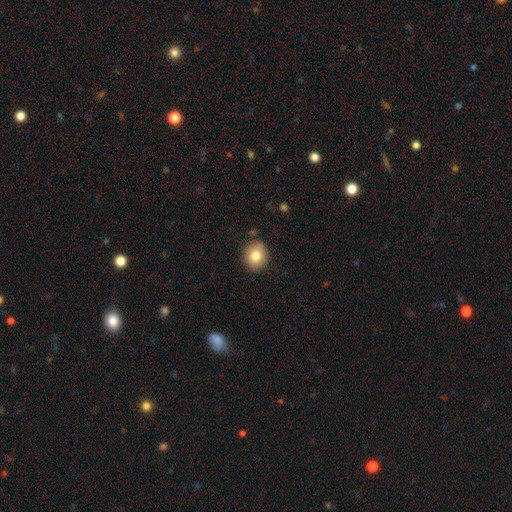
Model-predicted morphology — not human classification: Smooth or featured?
  - smooth: 79% *
  - featured or disk: 12%
  - star or artifact: 9%
How rounded?
  - round: 81% *
  - in between: 18%
  - cigar-shaped: 1%
Merging?
  - none: 87% *
  - minor disturbance: 9%
  - major disturbance: 2%
  - merger: 2%